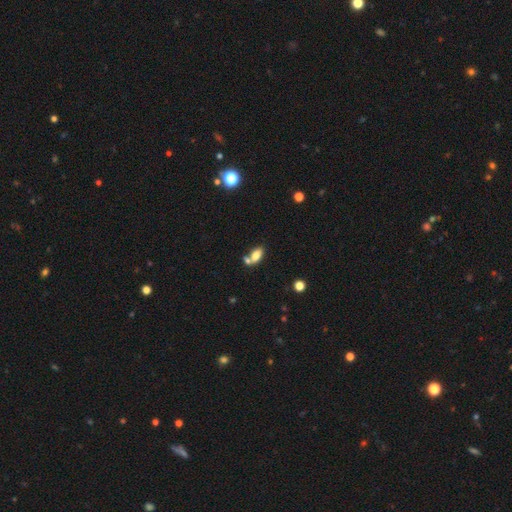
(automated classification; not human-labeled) A smooth galaxy with no disk features (77%) that is in between round and cigar-shaped (88%).

Vote fractions:
- Smooth or featured? smooth: 77% / featured or disk: 14% / star or artifact: 9%
- How rounded? in between: 88% / cigar-shaped: 6% / round: 6%
- Merging? none: 45% / merger: 38% / minor disturbance: 12% / major disturbance: 5%